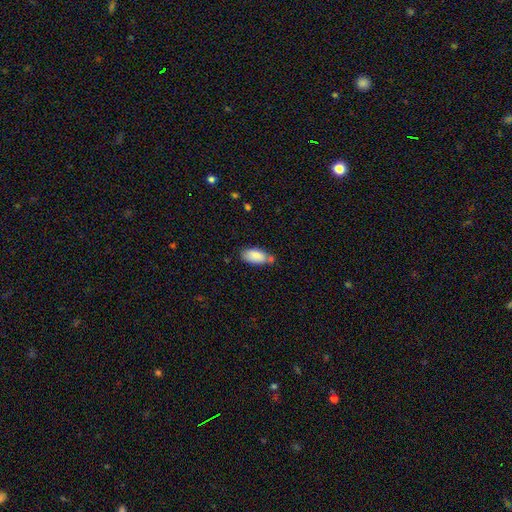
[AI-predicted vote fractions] Smooth or featured? smooth (87%)
How rounded? in between (93%)
Merging? none (59%)